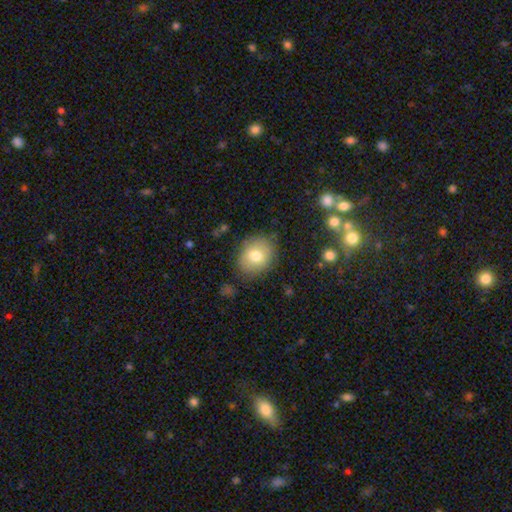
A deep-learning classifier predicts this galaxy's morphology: Q: Smooth or featured?
A: smooth (75%); runner-up: featured or disk (16%)
Q: How rounded?
A: round (51%); runner-up: in between (48%)
Q: Merging?
A: none (80%); runner-up: minor disturbance (14%)